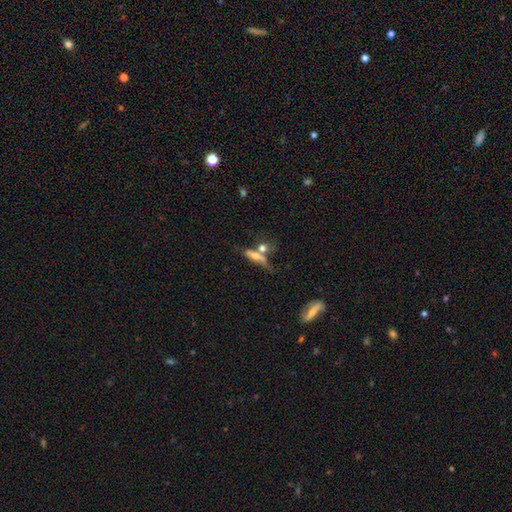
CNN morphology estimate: Smooth or featured?
  - smooth: 54% *
  - featured or disk: 36%
  - star or artifact: 10%
How rounded?
  - cigar-shaped: 61% *
  - in between: 31%
  - round: 8%
Merging?
  - none: 40% *
  - merger: 34%
  - minor disturbance: 15%
  - major disturbance: 10%